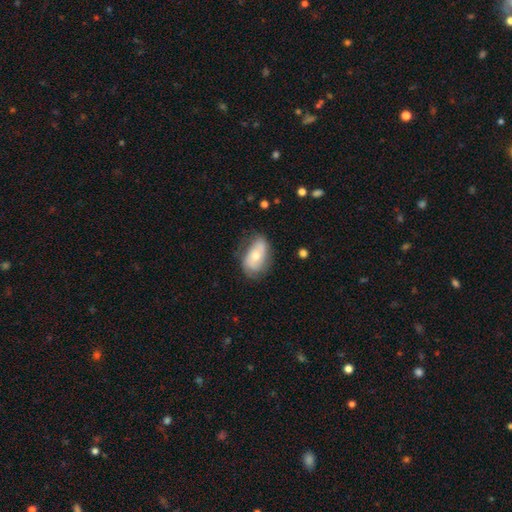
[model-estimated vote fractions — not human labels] smooth_or_featured: smooth (p=0.49) [alt: featured or disk p=0.44]
merging: none (p=0.63) [alt: minor disturbance p=0.26]